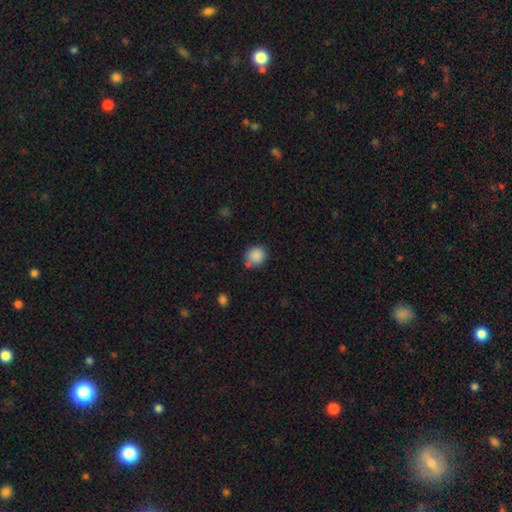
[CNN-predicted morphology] Smooth or featured?
  - smooth: 87% *
  - star or artifact: 9%
  - featured or disk: 4%
How rounded?
  - round: 79% *
  - in between: 20%
  - cigar-shaped: 1%
Merging?
  - none: 68% *
  - minor disturbance: 18%
  - merger: 10%
  - major disturbance: 5%